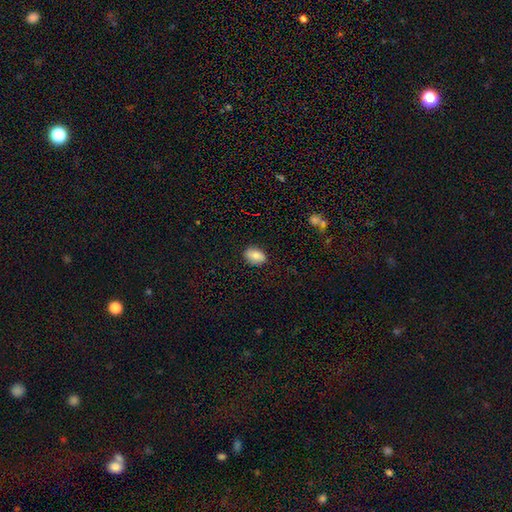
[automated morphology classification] A smooth galaxy with no disk features (82%) that is in between round and cigar-shaped (82%). Merging: none (87%).